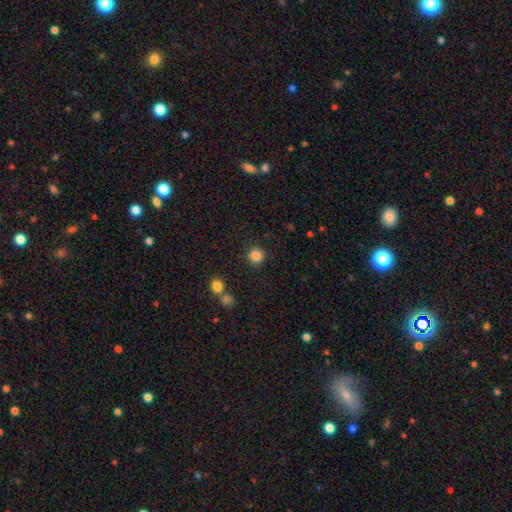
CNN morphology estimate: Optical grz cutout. It shows a smooth galaxy with no disk features (85%) that is round (91%). Merging: none (85%).